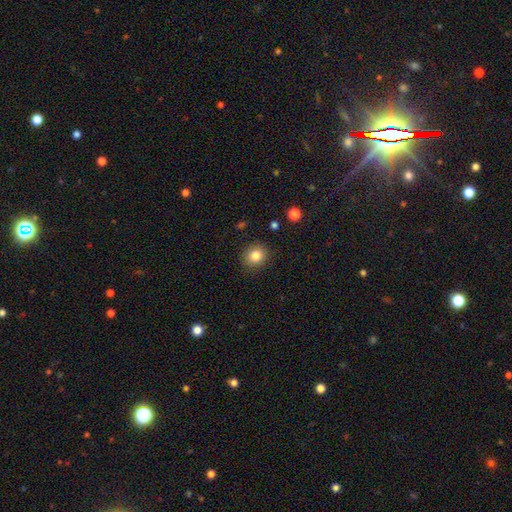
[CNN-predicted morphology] Smooth or featured? Predicted: smooth (p=0.83). How rounded? Predicted: round (p=0.79). Merging? Predicted: none (p=0.88).